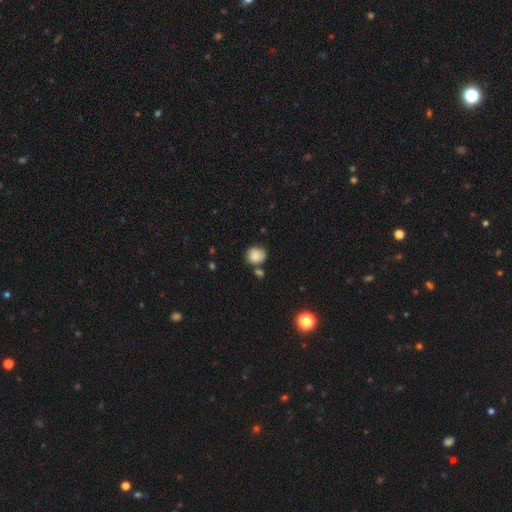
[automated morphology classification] Smooth or featured: smooth — 84% (star or artifact — 9%)
How rounded: round — 77% (in between — 22%)
Merging: none — 70% (minor disturbance — 15%)